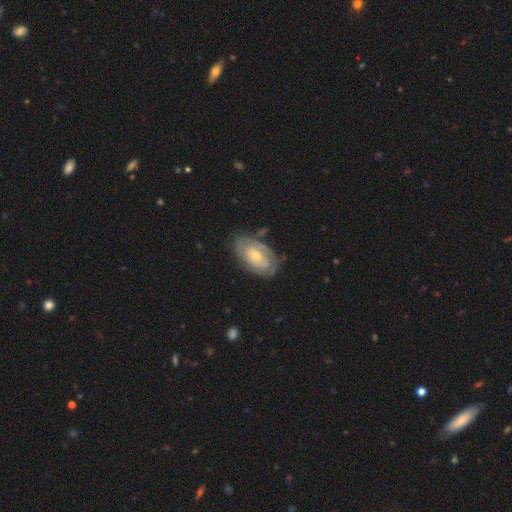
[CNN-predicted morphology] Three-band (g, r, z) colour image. It shows a featured or disk galaxy (60%) with no bar (72%), spiral arms (64%) and a moderate central bulge (47%, tied with small). Merging: none (67%).